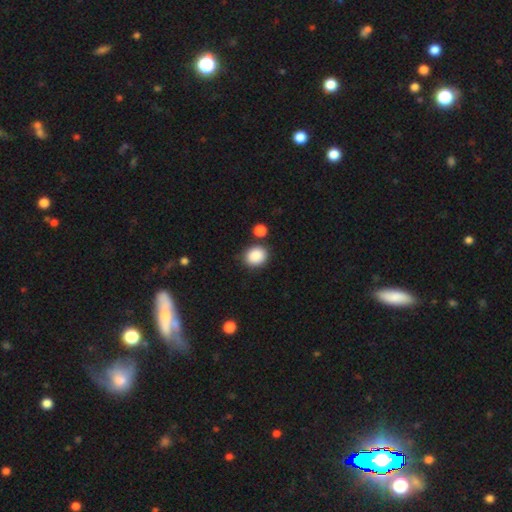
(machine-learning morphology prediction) smooth_or_featured: smooth (p=0.88) [alt: star or artifact p=0.09]
how_rounded: round (p=0.69) [alt: in between p=0.31]
merging: none (p=0.80) [alt: minor disturbance p=0.10]